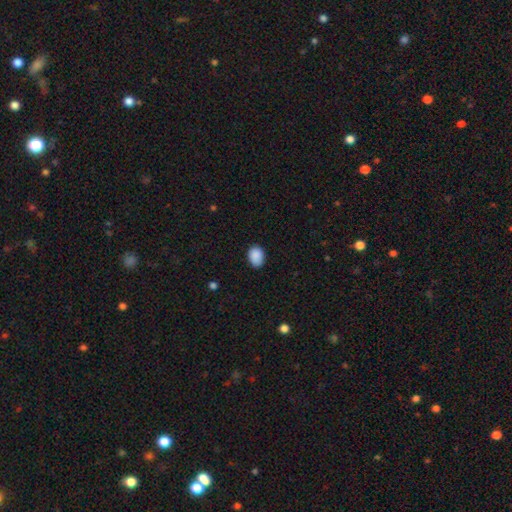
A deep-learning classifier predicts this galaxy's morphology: type=smooth (89%); roundness=in between (72%); merging=none (79%).